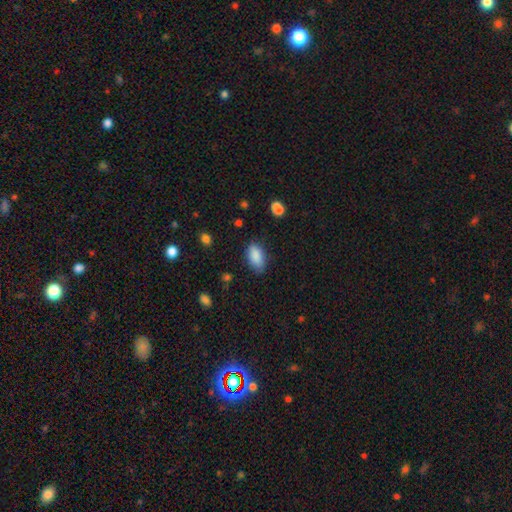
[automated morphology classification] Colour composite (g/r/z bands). It shows a smooth galaxy with no disk features (87%) that is in between round and cigar-shaped (93%). Merging: none (76%).